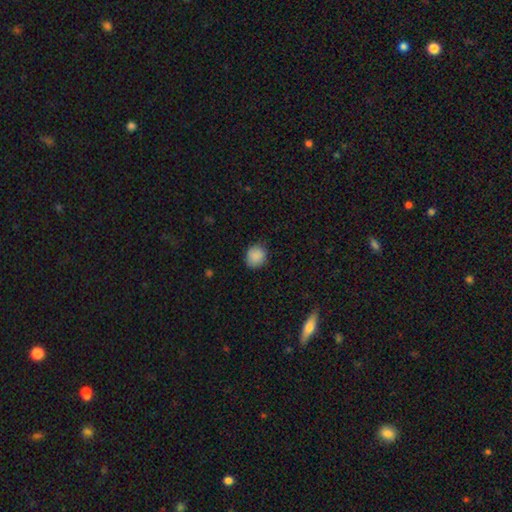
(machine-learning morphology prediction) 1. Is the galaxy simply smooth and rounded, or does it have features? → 88% smooth, 8% star or artifact, 4% featured or disk.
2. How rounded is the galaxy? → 78% round, 21% in between, 1% cigar-shaped.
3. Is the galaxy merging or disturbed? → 83% none, 14% minor disturbance, 3% major disturbance, 1% merger.